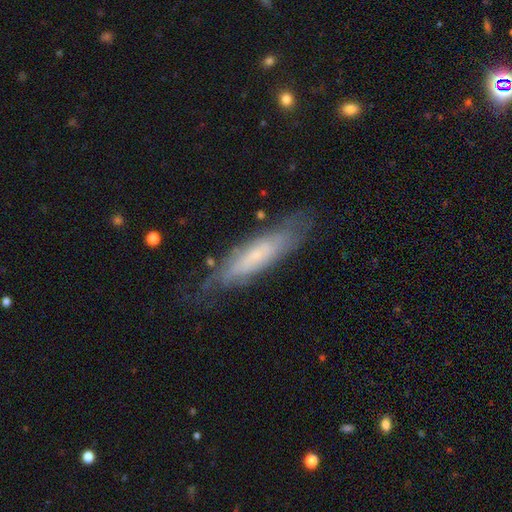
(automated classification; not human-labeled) This is possibly a featured or disk galaxy (57%). It is possibly not viewed edge-on (59%). Merging: likely none (68%).